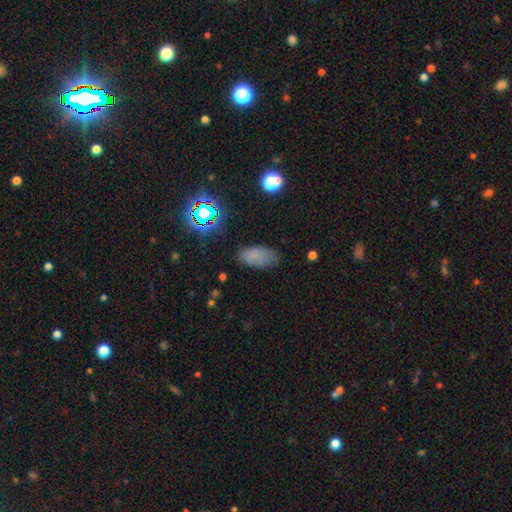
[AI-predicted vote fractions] Smooth or featured? Predicted: smooth (p=0.74). How rounded? Predicted: in between (p=0.92). Merging? Predicted: none (p=0.73).